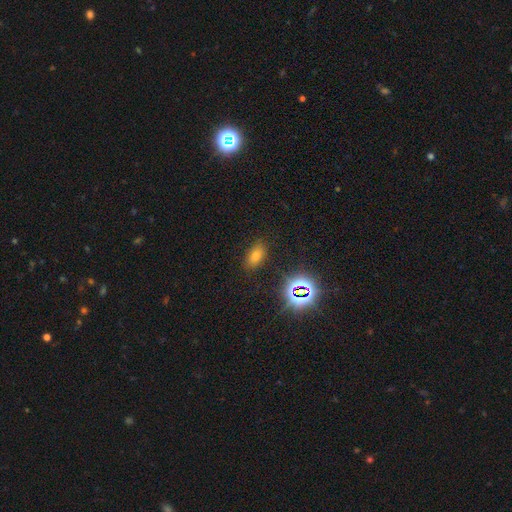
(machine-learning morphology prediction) Smooth or featured? smooth (61%)
How rounded? in between (85%)
Merging? none (86%)